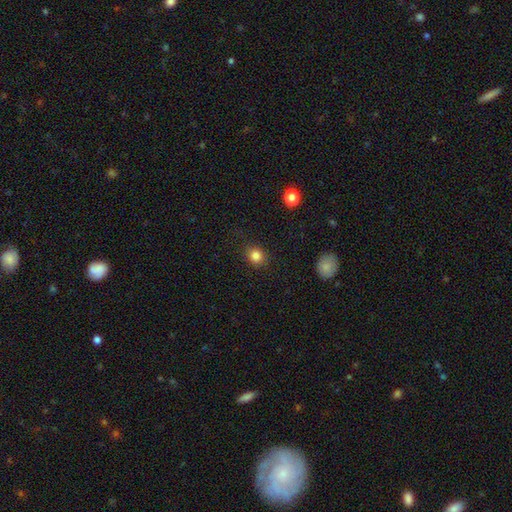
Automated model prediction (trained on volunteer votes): smooth-or-featured: smooth: 84% | star or artifact: 11% | featured or disk: 5%
  how-rounded: round: 77% | in between: 22% | cigar-shaped: 1%
  merging: none: 86% | minor disturbance: 9% | major disturbance: 3% | merger: 1%